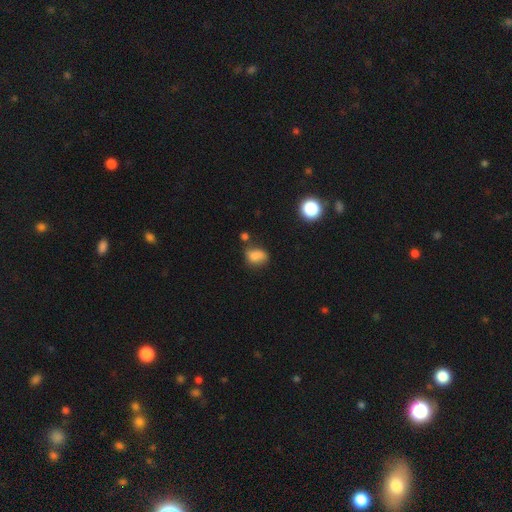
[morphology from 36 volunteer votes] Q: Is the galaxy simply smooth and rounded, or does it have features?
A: smooth — 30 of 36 (83%).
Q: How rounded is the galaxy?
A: in between — 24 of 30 (80%).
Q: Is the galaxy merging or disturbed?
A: none — 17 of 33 (52%).